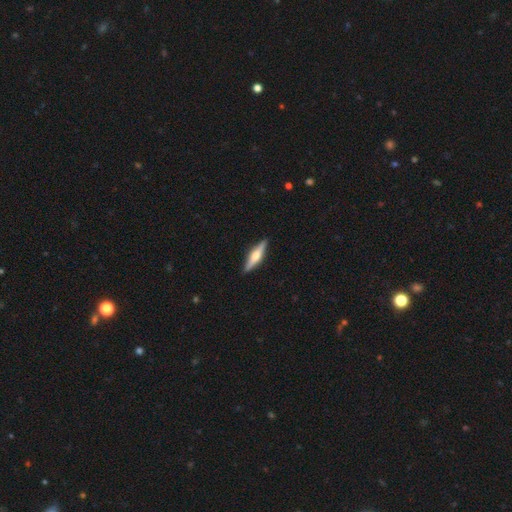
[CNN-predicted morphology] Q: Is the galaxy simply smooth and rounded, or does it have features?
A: featured or disk — 65%.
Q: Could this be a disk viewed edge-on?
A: yes — 97%.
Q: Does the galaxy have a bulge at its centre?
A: rounded — 91%.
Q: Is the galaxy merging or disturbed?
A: none — 90%.